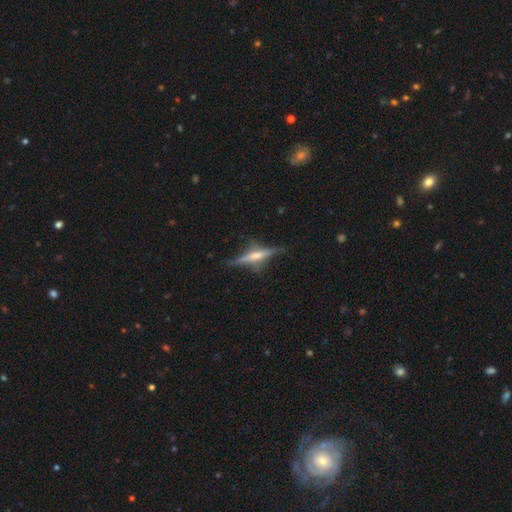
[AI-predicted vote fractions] Smooth or featured?
  - featured or disk: 69% *
  - smooth: 23%
  - star or artifact: 8%
Edge-on disk?
  - yes: 95% *
  - no: 5%
Edge-on bulge?
  - rounded: 62% *
  - boxy: 20%
  - none: 18%
Merging?
  - none: 77% *
  - minor disturbance: 16%
  - major disturbance: 6%
  - merger: 2%